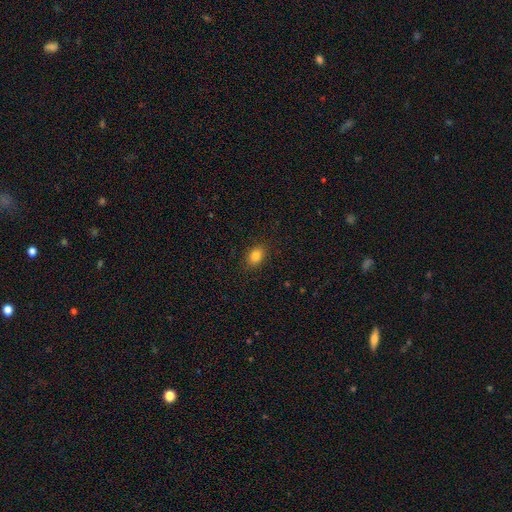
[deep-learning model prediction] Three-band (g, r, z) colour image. It shows a smooth galaxy with no disk features (83%) that is in between round and cigar-shaped (71%). Merging: none (88%).